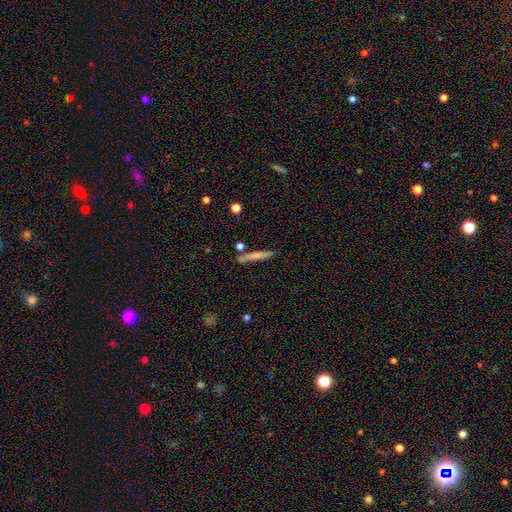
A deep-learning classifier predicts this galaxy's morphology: The model was most divided on "smooth or featured": smooth: 69%, featured or disk: 24%, star or artifact: 8%. More confident: how rounded — cigar-shaped (94%); merging — none (78%).